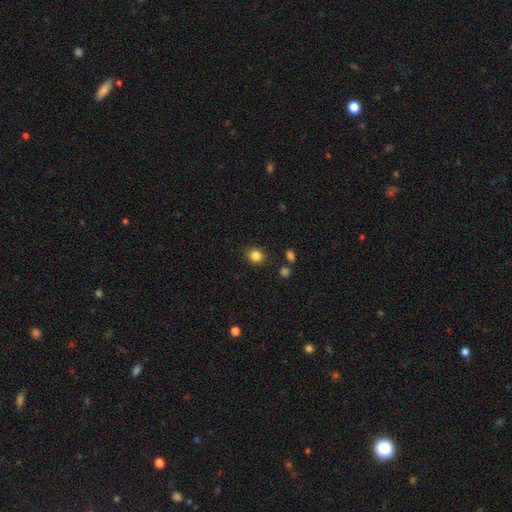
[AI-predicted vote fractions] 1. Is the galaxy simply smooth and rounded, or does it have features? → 84% smooth, 11% star or artifact, 5% featured or disk.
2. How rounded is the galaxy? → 64% round, 35% in between, 1% cigar-shaped.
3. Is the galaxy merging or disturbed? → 85% none, 10% minor disturbance, 3% major disturbance, 3% merger.